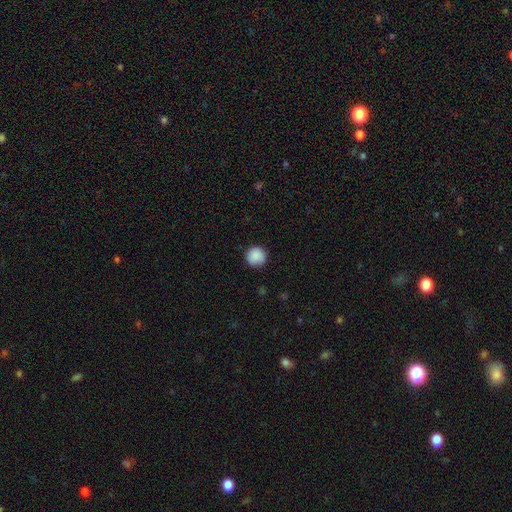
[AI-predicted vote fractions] smooth_or_featured: smooth (p=0.88) [alt: star or artifact p=0.08]
how_rounded: round (p=0.95) [alt: in between p=0.04]
merging: none (p=0.88) [alt: minor disturbance p=0.09]